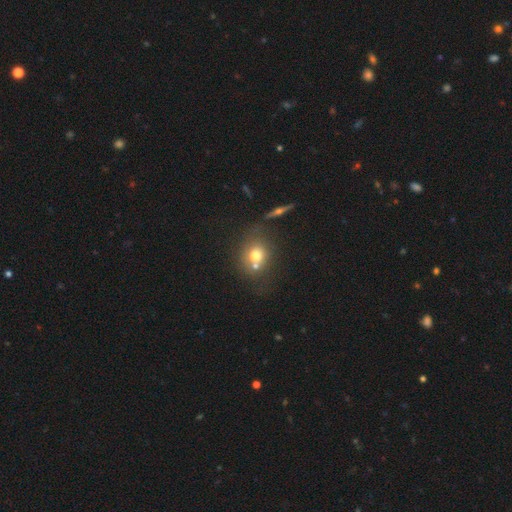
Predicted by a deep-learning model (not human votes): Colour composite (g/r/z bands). It shows a smooth galaxy with no disk features (67%) that is round (70%). Merging: none (50%).